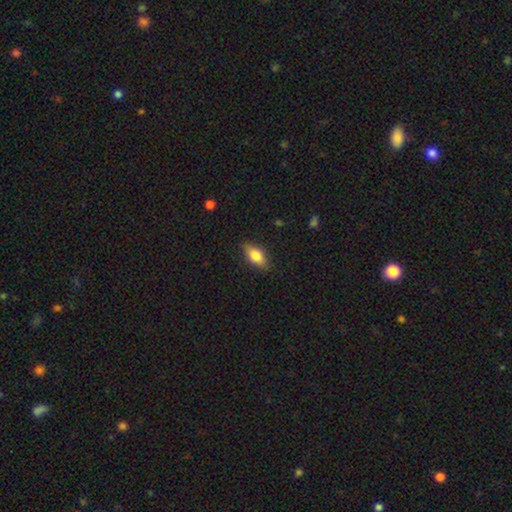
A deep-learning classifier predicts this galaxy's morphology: smooth-or-featured: smooth: 77% | featured or disk: 16% | star or artifact: 7%
  how-rounded: in between: 84% | cigar-shaped: 10% | round: 5%
  merging: none: 84% | minor disturbance: 12% | major disturbance: 3% | merger: 1%